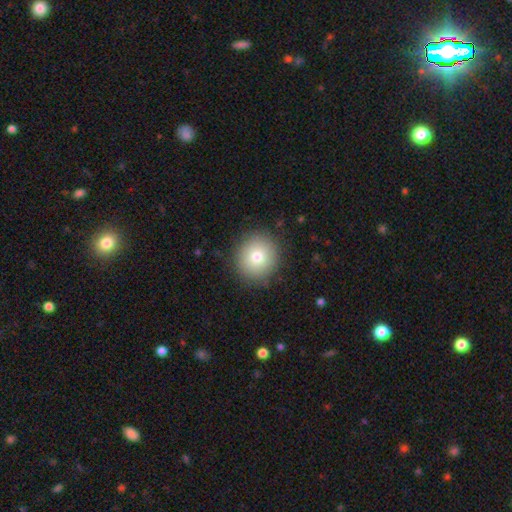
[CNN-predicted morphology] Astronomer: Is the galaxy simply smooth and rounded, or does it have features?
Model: smooth — 79%.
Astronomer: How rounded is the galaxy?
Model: round — 89%.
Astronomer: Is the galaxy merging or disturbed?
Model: none — 91%.